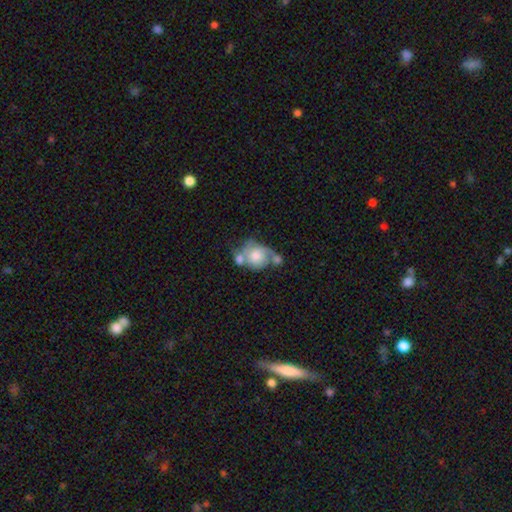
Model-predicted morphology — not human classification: This is possibly a smooth galaxy (51%). How rounded: possibly round (59%). Merging: possibly merger (45%).